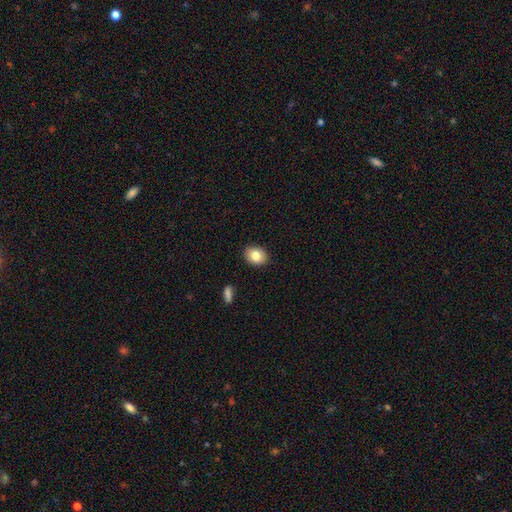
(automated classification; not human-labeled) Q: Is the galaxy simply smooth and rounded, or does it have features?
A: smooth — 82%.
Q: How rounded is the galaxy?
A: in between — 58%.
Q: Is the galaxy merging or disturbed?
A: none — 89%.